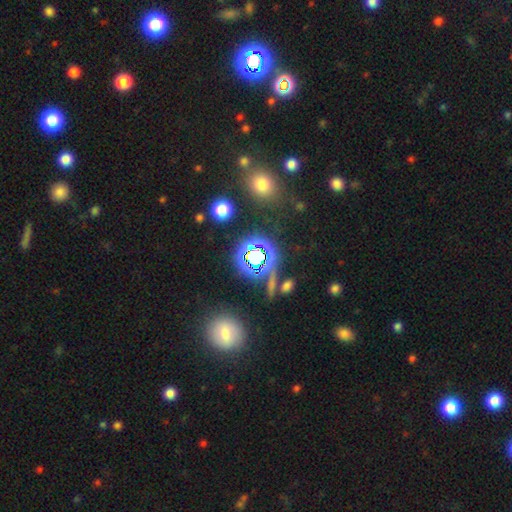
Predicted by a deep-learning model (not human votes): Q: Smooth or featured?
A: star or artifact (64%); runner-up: smooth (24%)